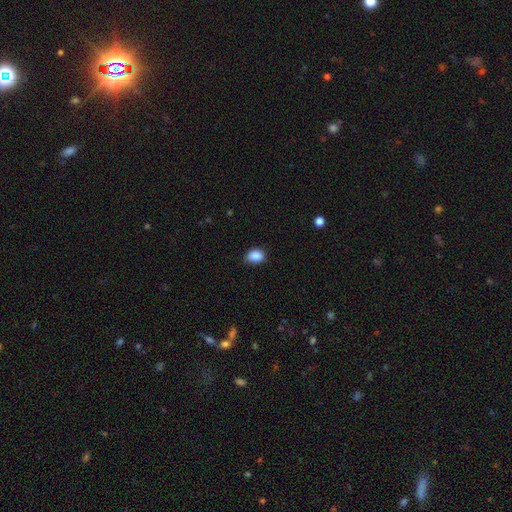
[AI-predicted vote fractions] smooth 88%, star or artifact 9%, featured or disk 3%. Down the decision tree: how rounded — in between (74%); merging — none (78%).